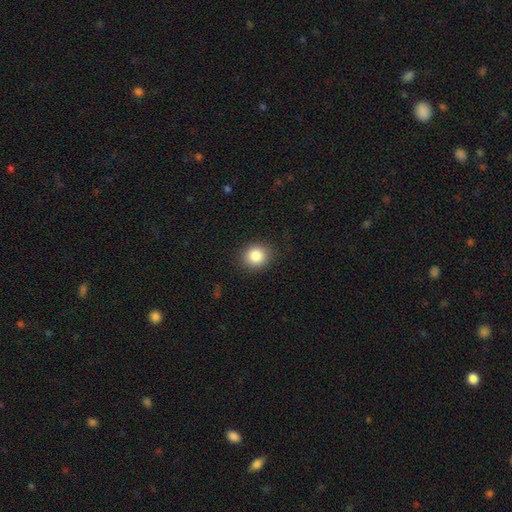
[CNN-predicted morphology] Overall: smooth (85%). How rounded: round (80%). Merging: none (88%).